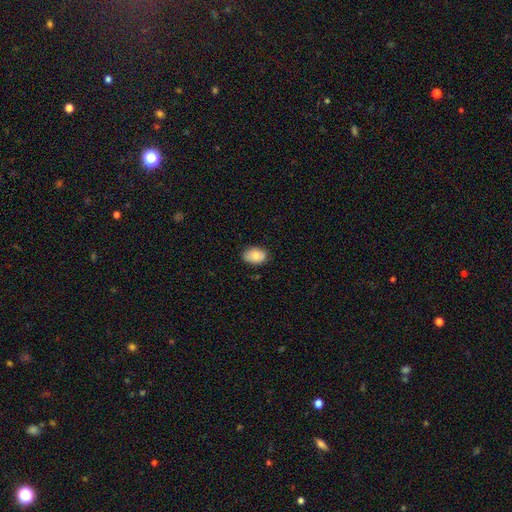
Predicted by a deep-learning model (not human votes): Smooth or featured? smooth (81%)
How rounded? in between (83%)
Merging? none (80%)